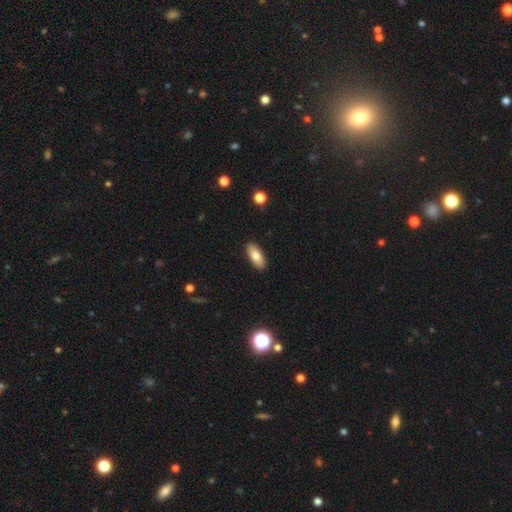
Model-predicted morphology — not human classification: This is clearly a smooth galaxy (81%). How rounded: clearly in between (83%). Merging: clearly none (90%).